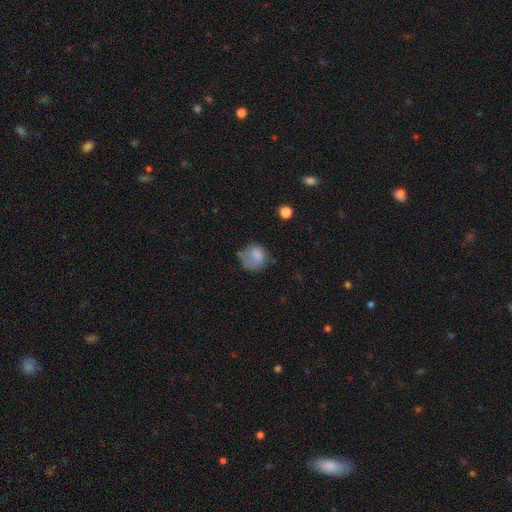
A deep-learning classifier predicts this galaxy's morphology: Smooth or featured?
  - smooth: 72% *
  - featured or disk: 19%
  - star or artifact: 9%
How rounded?
  - round: 74% *
  - in between: 25%
  - cigar-shaped: 1%
Merging?
  - none: 41% *
  - minor disturbance: 28%
  - major disturbance: 27%
  - merger: 4%